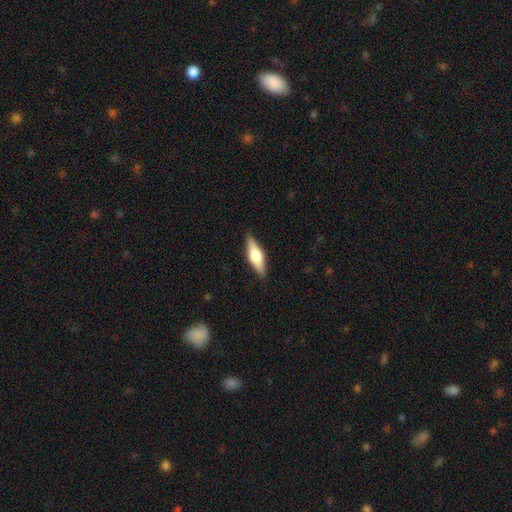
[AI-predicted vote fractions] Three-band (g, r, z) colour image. It shows a smooth galaxy with no disk features (51%) that is cigar-shaped (50%). Merging: none (88%).